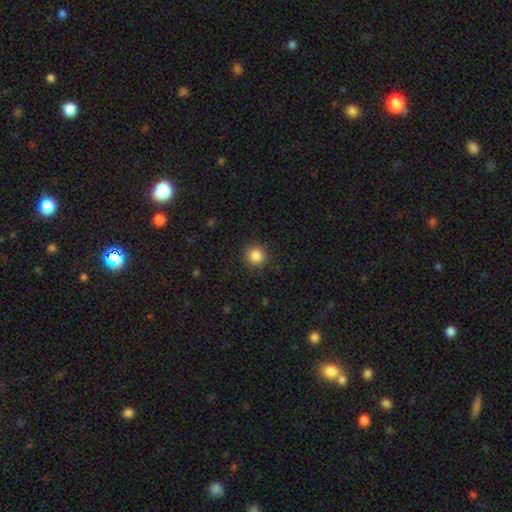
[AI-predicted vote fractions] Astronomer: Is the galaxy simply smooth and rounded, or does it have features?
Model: smooth — 86%.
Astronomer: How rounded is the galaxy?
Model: round — 94%.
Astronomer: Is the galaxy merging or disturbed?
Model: none — 90%.